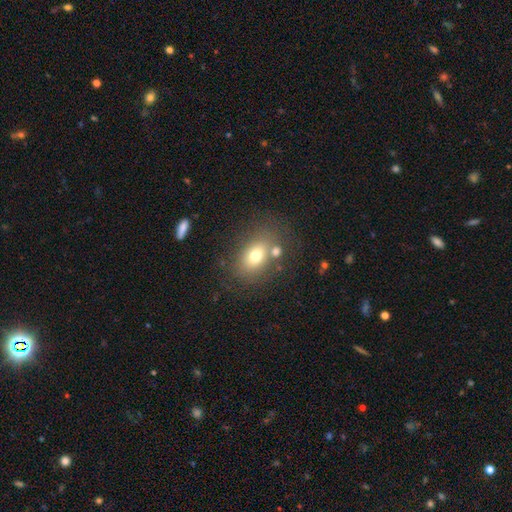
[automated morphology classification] This is likely a smooth galaxy (71%). How rounded: likely in between (74%). Merging: likely none (64%).